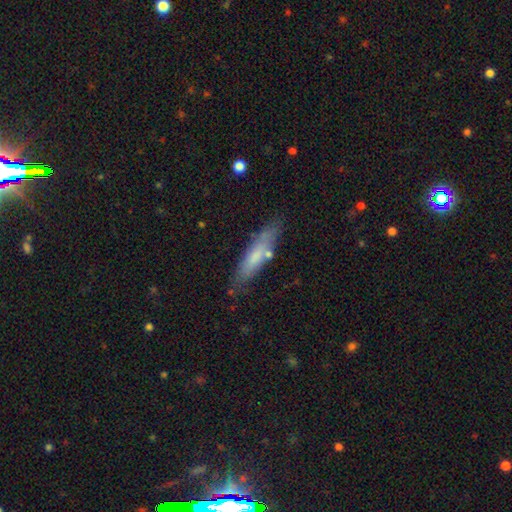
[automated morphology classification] Smooth or featured?
  - smooth: 67% *
  - featured or disk: 26%
  - star or artifact: 7%
How rounded?
  - cigar-shaped: 75% *
  - in between: 24%
  - round: 1%
Merging?
  - none: 74% *
  - minor disturbance: 17%
  - merger: 5%
  - major disturbance: 4%